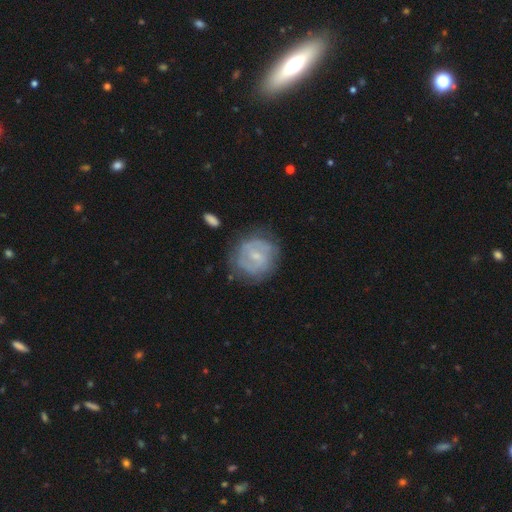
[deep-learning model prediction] Morphology: type=featured or disk (68%); edge-on=no (97%); bar=weak (53%); spiral arms=yes (79%); winding=tight (50%); arm count=2 (44%); bulge=small (70%); merging=none (72%).